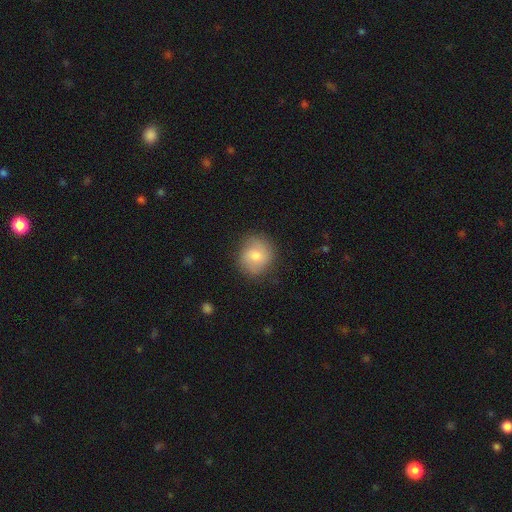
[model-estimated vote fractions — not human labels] Morphology: type=smooth (67%); roundness=round (83%); merging=none (80%).